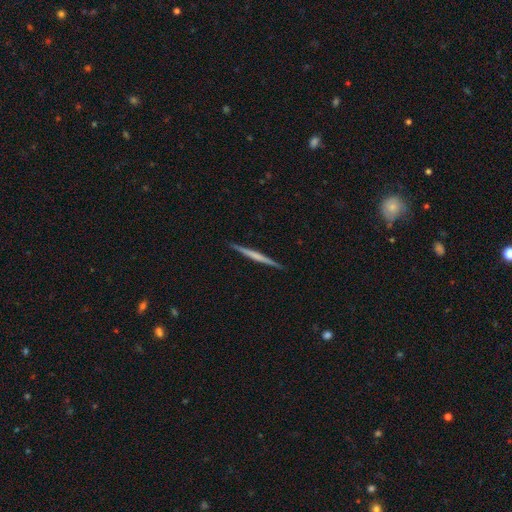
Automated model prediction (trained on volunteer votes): smooth_or_featured: featured or disk (p=0.59) [alt: smooth p=0.36]
disk_edge_on: yes (p=0.98) [alt: no p=0.02]
edge_on_bulge: none (p=0.72) [alt: rounded p=0.18]
merging: none (p=0.92) [alt: minor disturbance p=0.06]